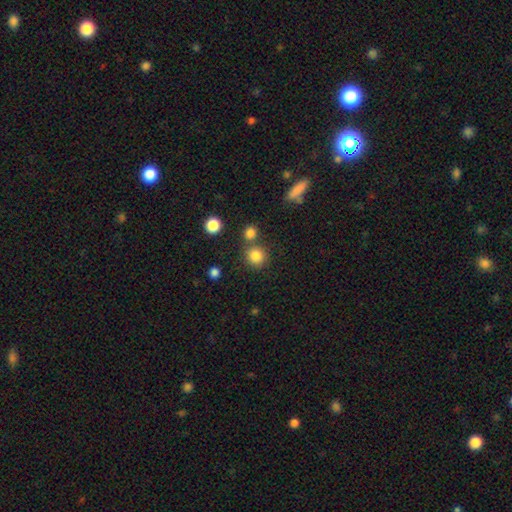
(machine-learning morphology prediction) Smooth or featured?
  - smooth: 83% *
  - star or artifact: 12%
  - featured or disk: 5%
How rounded?
  - round: 90% *
  - in between: 9%
  - cigar-shaped: 1%
Merging?
  - none: 72% *
  - merger: 17%
  - minor disturbance: 8%
  - major disturbance: 3%